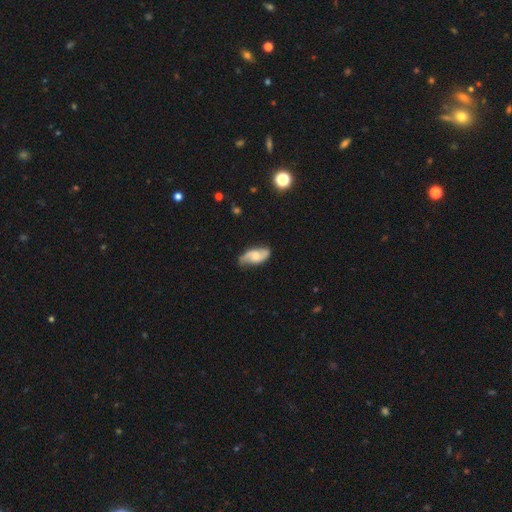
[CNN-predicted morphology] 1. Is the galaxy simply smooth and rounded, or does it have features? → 68% featured or disk, 26% smooth, 6% star or artifact.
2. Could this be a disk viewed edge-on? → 94% no, 6% yes.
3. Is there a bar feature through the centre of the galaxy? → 54% no, 39% weak, 8% strong.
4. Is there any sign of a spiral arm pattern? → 93% yes, 7% no.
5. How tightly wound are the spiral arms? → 46% loose, 39% medium, 15% tight.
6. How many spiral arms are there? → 88% 2, 6% can't tell, 3% 1, 1% 3, 1% 4, 1% more than 4.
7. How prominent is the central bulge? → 45% moderate, 32% small, 12% none, 10% large, 2% dominant.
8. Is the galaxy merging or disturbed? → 73% none, 20% minor disturbance, 5% major disturbance, 2% merger.